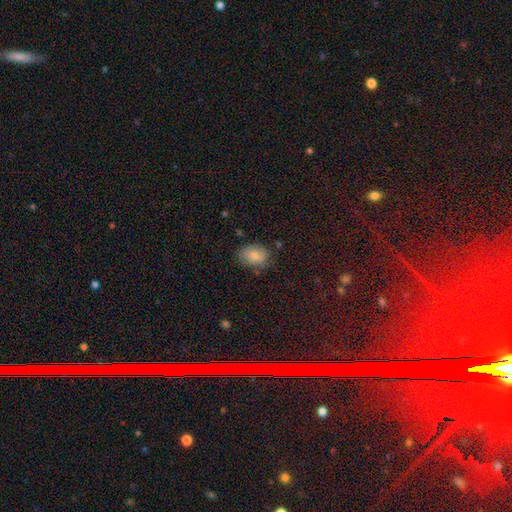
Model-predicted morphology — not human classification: This is clearly a smooth galaxy (80%). How rounded: likely in between (79%). Merging: likely none (76%).